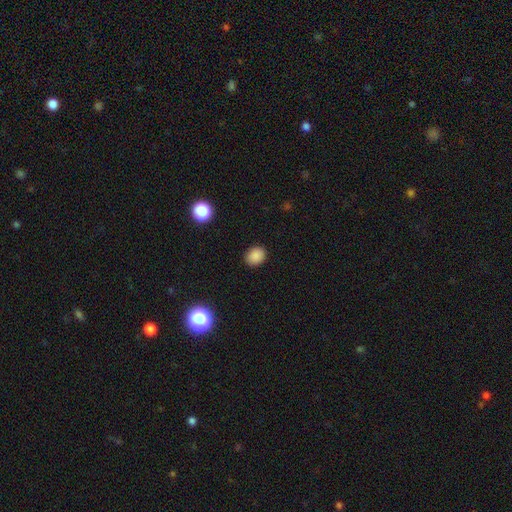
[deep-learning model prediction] A smooth galaxy with no disk features (86%) that is round (54%).

Vote fractions:
- Smooth or featured? smooth: 86% / star or artifact: 11% / featured or disk: 3%
- How rounded? round: 54% / in between: 45% / cigar-shaped: 1%
- Merging? none: 89% / minor disturbance: 8% / major disturbance: 2% / merger: 1%